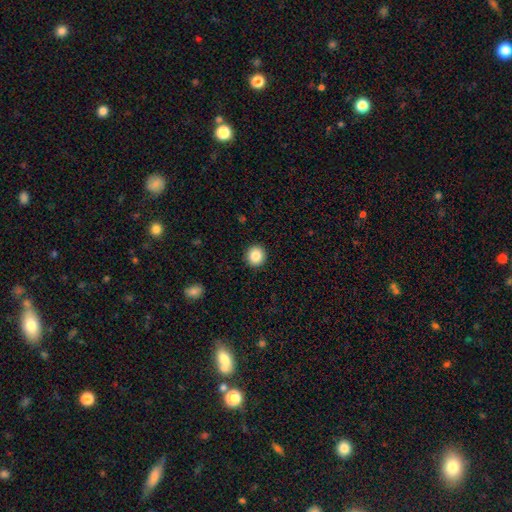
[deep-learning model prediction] This is clearly a smooth galaxy (87%). How rounded: clearly round (93%). Merging: clearly none (92%).